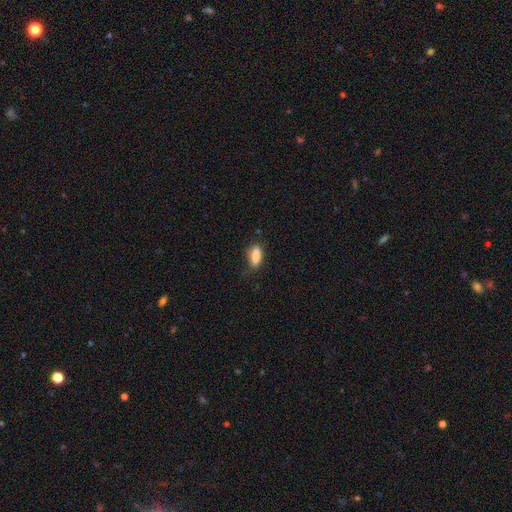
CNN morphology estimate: Smooth or featured: smooth — 85% (star or artifact — 8%)
How rounded: in between — 71% (cigar-shaped — 26%)
Merging: none — 73% (minor disturbance — 20%)